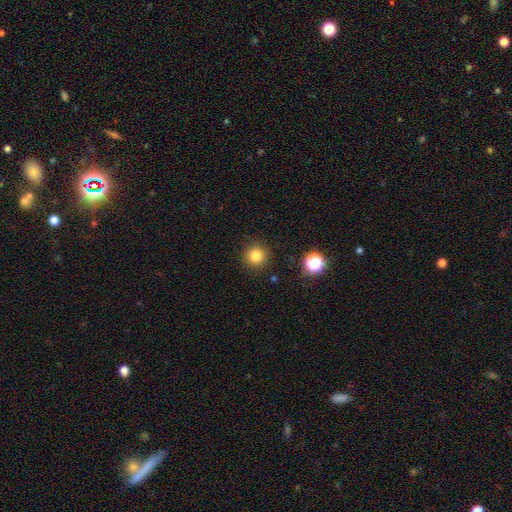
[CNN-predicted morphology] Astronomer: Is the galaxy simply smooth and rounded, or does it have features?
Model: smooth — 81%.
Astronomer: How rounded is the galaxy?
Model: round — 94%.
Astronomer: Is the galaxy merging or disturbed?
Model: none — 90%.